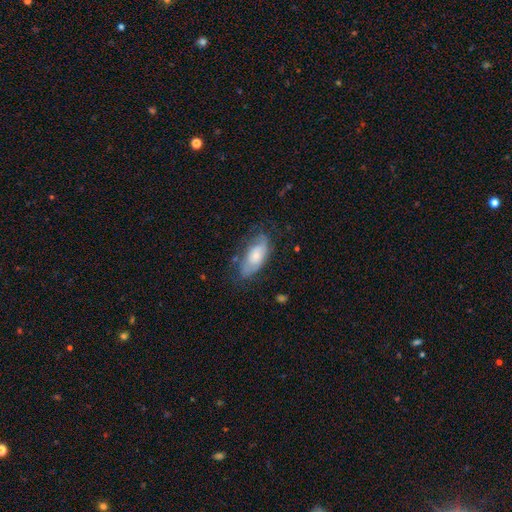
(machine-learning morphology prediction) smooth-or-featured: smooth: 52% | featured or disk: 41% | star or artifact: 7%
  how-rounded: in between: 89% | cigar-shaped: 8% | round: 3%
  merging: none: 58% | minor disturbance: 28% | major disturbance: 12% | merger: 2%